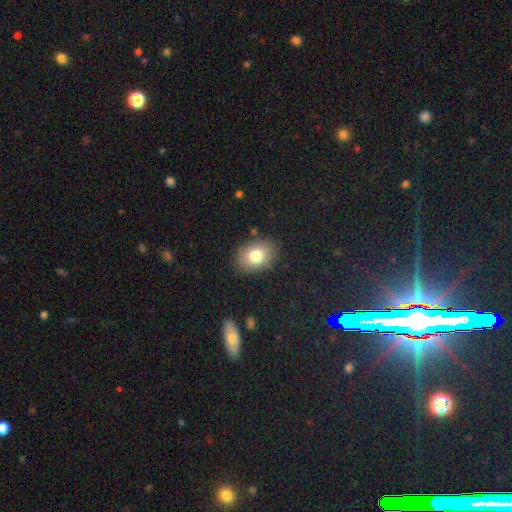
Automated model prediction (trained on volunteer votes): Q: Smooth or featured?
A: smooth (80%); runner-up: featured or disk (11%)
Q: How rounded?
A: in between (68%); runner-up: round (31%)
Q: Merging?
A: none (86%); runner-up: minor disturbance (10%)